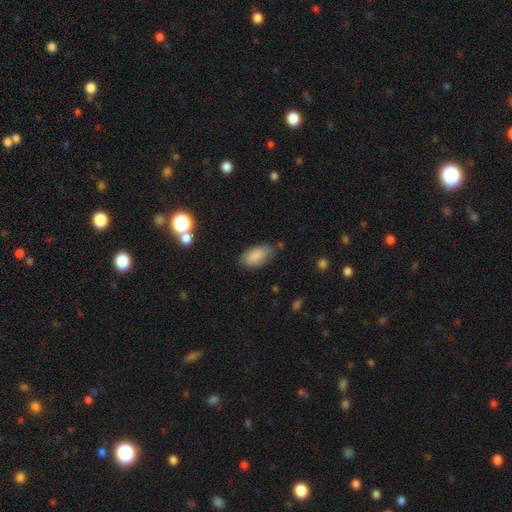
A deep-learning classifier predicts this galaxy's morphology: smooth-or-featured: smooth: 85% | featured or disk: 7% | star or artifact: 7%
  how-rounded: in between: 93% | cigar-shaped: 5% | round: 3%
  merging: none: 70% | minor disturbance: 23% | major disturbance: 5% | merger: 3%